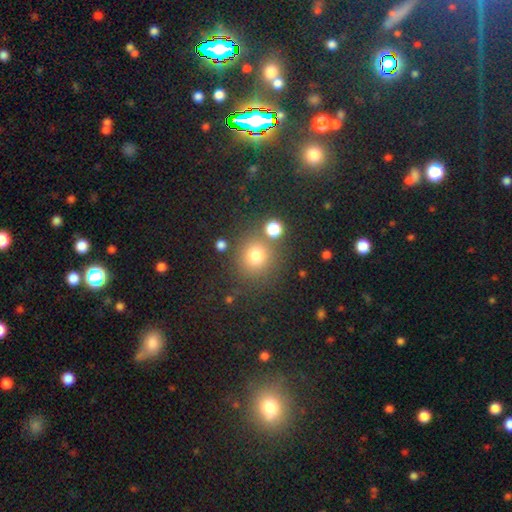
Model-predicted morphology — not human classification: Smooth or featured? Predicted: smooth (p=0.75). How rounded? Predicted: round (p=0.89). Merging? Predicted: none (p=0.77).